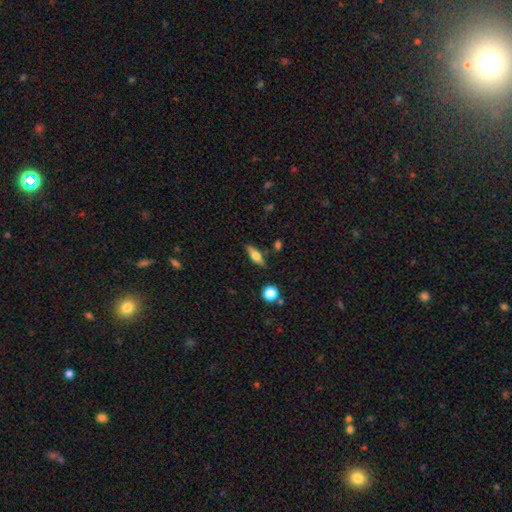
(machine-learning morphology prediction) Overall: smooth (58%; featured or disk 34%). How rounded: in between (57%; cigar-shaped 38%). Merging: none (81%).